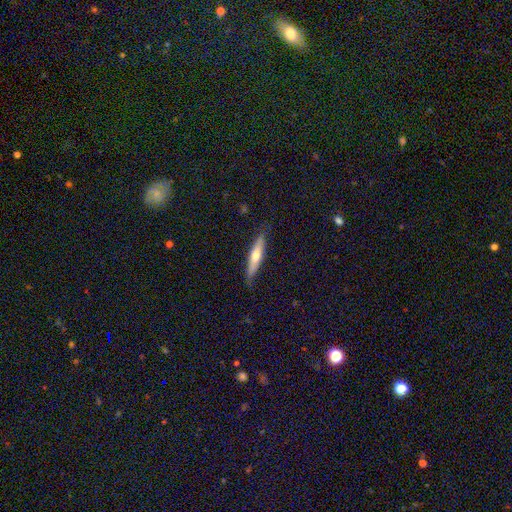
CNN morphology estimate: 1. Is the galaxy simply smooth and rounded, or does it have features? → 54% smooth, 41% featured or disk, 6% star or artifact.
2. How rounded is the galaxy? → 80% cigar-shaped, 19% in between, 2% round.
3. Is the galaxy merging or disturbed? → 82% none, 14% minor disturbance, 3% major disturbance, 1% merger.